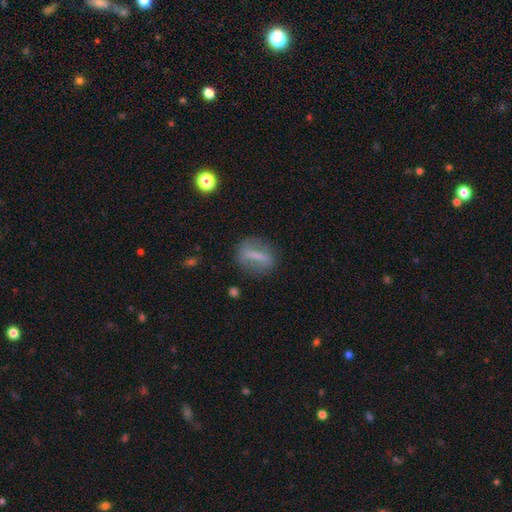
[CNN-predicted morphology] type=smooth (45%); merging=none (78%).